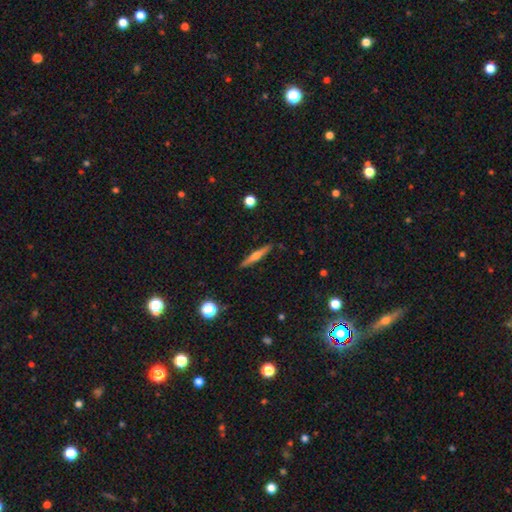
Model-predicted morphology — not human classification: featured or disk 62%, smooth 31%, star or artifact 7%. Down the decision tree: edge-on disk — yes (97%); edge-on bulge — rounded (85%); merging — none (91%).